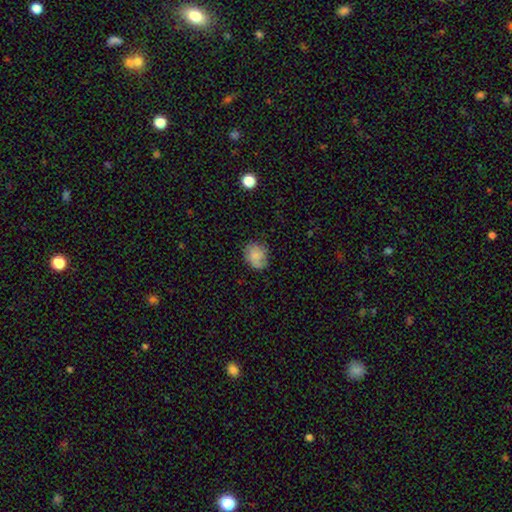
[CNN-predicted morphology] A smooth galaxy with no disk features (74%) that is round (55%). Merging: none (70%).